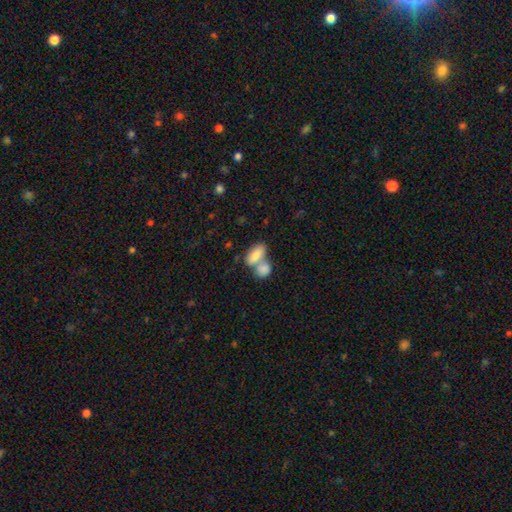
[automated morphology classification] A smooth galaxy with no disk features (79%) that is in between round and cigar-shaped (88%).

Vote fractions:
- Smooth or featured? smooth: 79% / featured or disk: 15% / star or artifact: 7%
- How rounded? in between: 88% / round: 7% / cigar-shaped: 5%
- Merging? merger: 62% / none: 27% / minor disturbance: 8% / major disturbance: 4%